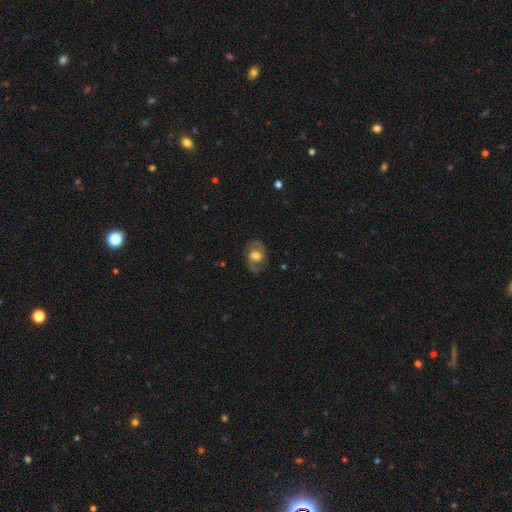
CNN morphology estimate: This appears to be a featured or disk galaxy (55%) with no bar (61%), spiral arms (64%) and a moderate central bulge (47%). Merging: none (75%).